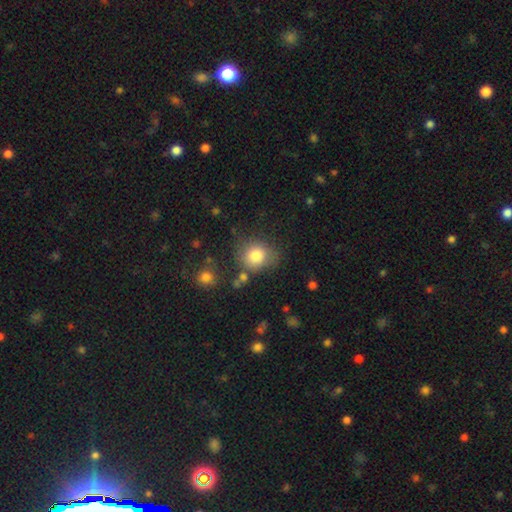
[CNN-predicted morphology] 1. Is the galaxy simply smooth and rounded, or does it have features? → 81% smooth, 11% star or artifact, 9% featured or disk.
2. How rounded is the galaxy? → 78% round, 21% in between, 1% cigar-shaped.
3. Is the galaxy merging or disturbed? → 69% none, 18% minor disturbance, 7% major disturbance, 7% merger.